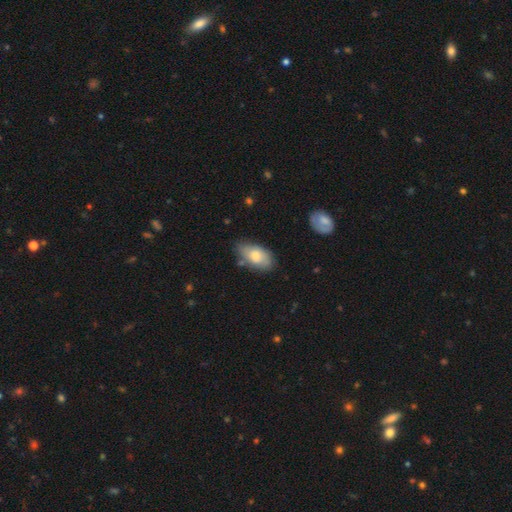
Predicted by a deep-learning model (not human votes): This appears to be a smooth galaxy with no disk features (71%) that is in between round and cigar-shaped (92%). Merging: none (68%).